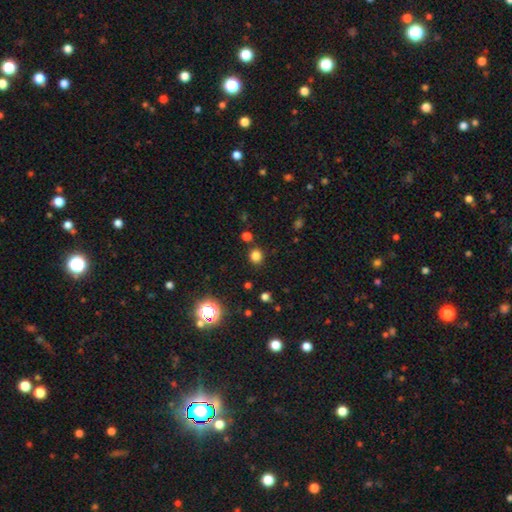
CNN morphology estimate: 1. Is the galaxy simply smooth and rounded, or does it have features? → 79% smooth, 17% star or artifact, 4% featured or disk.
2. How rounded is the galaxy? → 83% round, 16% in between, 1% cigar-shaped.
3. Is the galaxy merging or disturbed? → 85% none, 8% minor disturbance, 5% merger, 3% major disturbance.